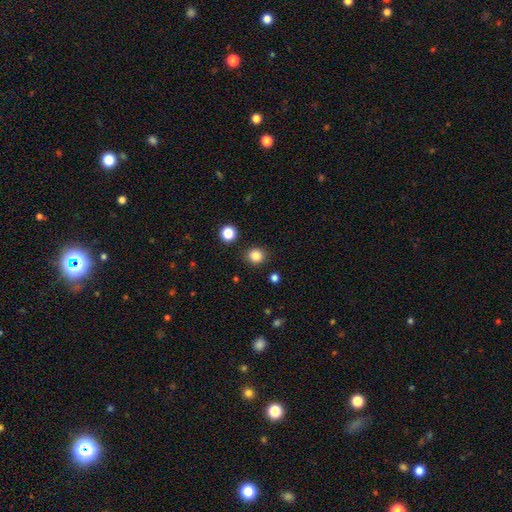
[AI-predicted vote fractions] smooth 85%, star or artifact 12%, featured or disk 4%. Down the decision tree: how rounded — round (87%); merging — none (89%).